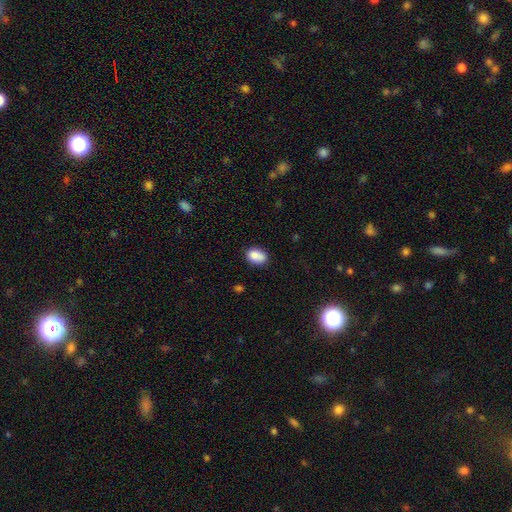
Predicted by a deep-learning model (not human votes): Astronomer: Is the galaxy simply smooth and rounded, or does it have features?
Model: smooth — 87%.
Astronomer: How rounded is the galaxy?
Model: in between — 77%.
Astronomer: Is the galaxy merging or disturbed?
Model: none — 75%.